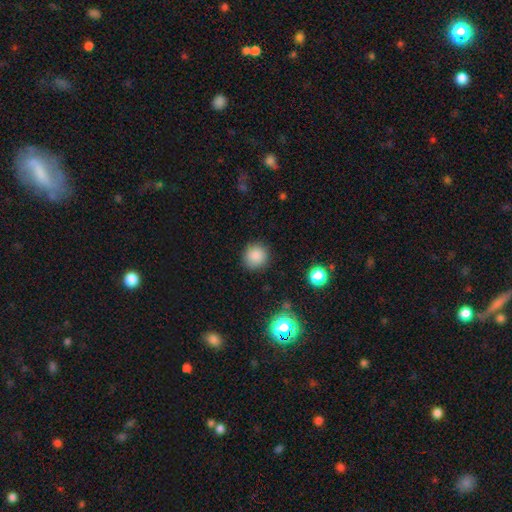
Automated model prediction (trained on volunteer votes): Morphology: type=smooth (85%); roundness=round (91%); merging=none (89%).